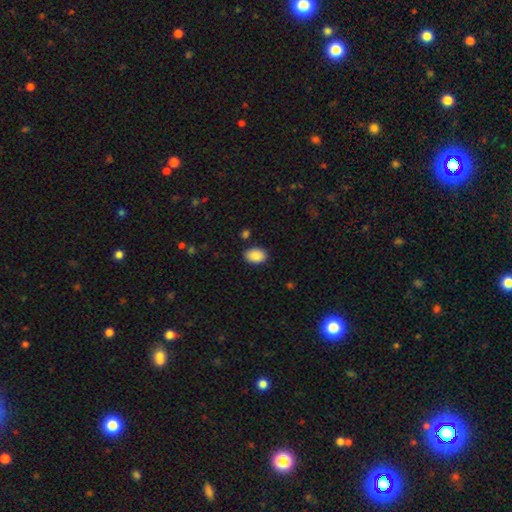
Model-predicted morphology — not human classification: This appears to be a smooth galaxy with no disk features (88%) that is in between round and cigar-shaped (85%). Merging: none (87%).